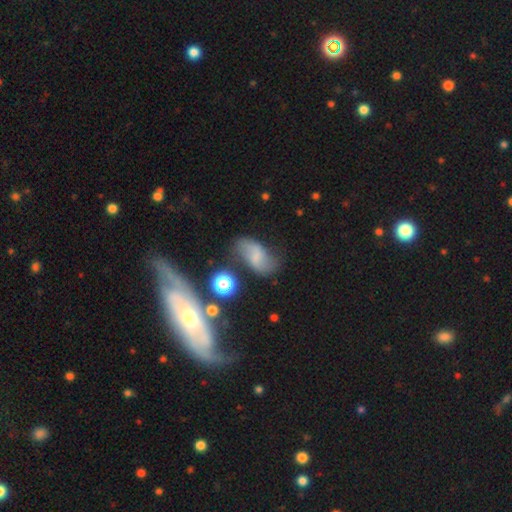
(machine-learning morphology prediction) type=featured or disk (47%); merging=none (61%).